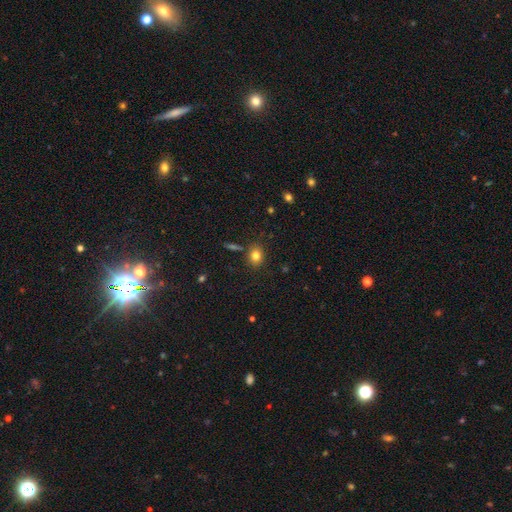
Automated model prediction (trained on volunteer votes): smooth_or_featured: smooth (p=0.80) [alt: star or artifact p=0.12]
how_rounded: round (p=0.57) [alt: in between p=0.42]
merging: none (p=0.81) [alt: minor disturbance p=0.11]